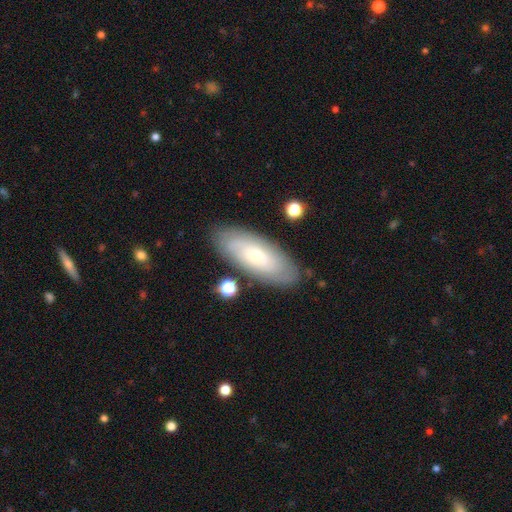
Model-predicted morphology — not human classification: This is possibly a featured or disk galaxy (48%). Merging: clearly none (83%).